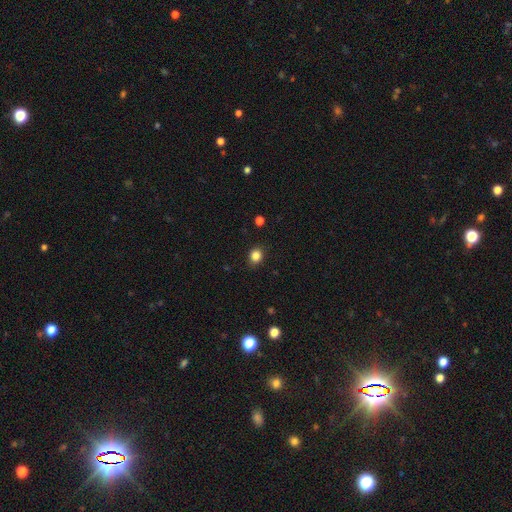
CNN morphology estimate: type=smooth (85%); roundness=round (68%); merging=none (88%).